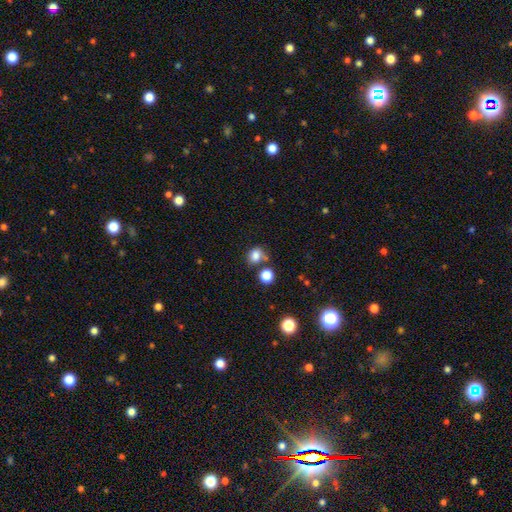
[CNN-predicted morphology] Q: Smooth or featured?
A: smooth (80%); runner-up: star or artifact (13%)
Q: How rounded?
A: round (56%); runner-up: in between (43%)
Q: Merging?
A: none (59%); runner-up: merger (20%)